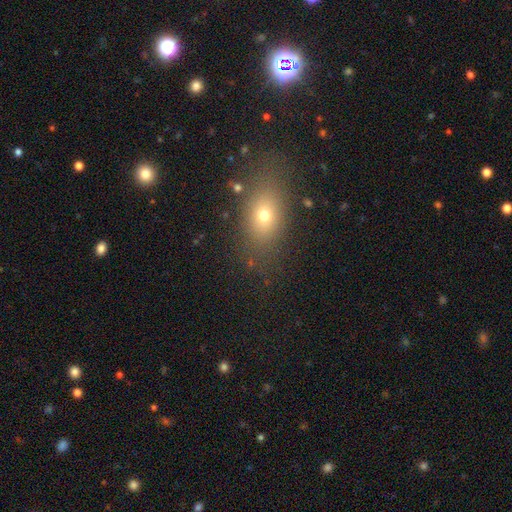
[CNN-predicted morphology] A smooth galaxy with no disk features (64%) that is in between round and cigar-shaped (72%). Merging: none (82%).